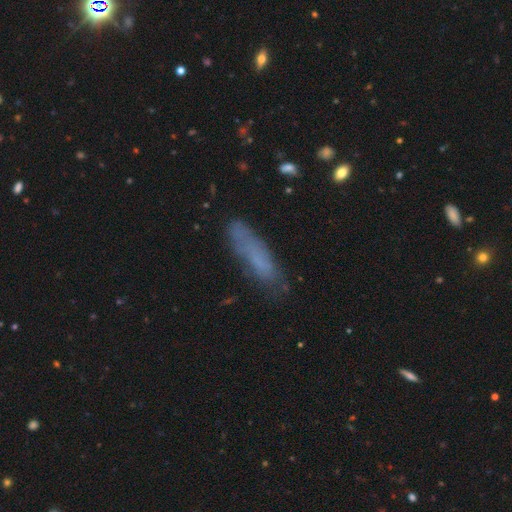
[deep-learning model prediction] Smooth or featured? Predicted: smooth (p=0.64). How rounded? Predicted: cigar-shaped (p=0.69). Merging? Predicted: none (p=0.66).